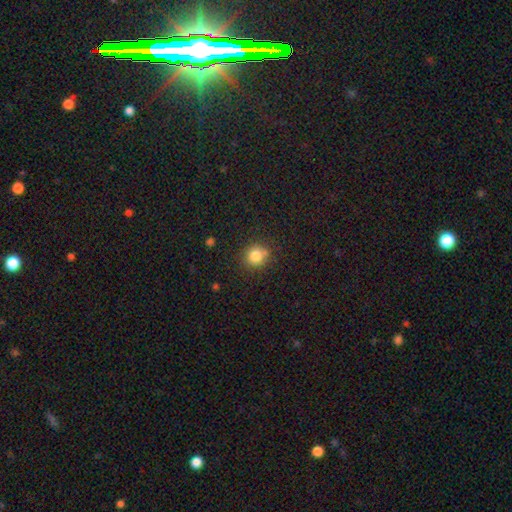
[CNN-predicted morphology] Smooth or featured?
  - smooth: 82% *
  - star or artifact: 12%
  - featured or disk: 7%
How rounded?
  - round: 87% *
  - in between: 13%
  - cigar-shaped: 1%
Merging?
  - none: 78% *
  - minor disturbance: 13%
  - merger: 6%
  - major disturbance: 3%